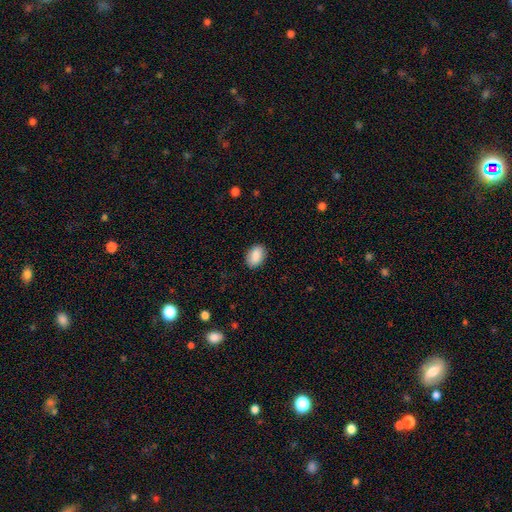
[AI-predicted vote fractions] Smooth or featured: smooth — 87% (star or artifact — 7%)
How rounded: in between — 87% (round — 12%)
Merging: none — 87% (minor disturbance — 9%)